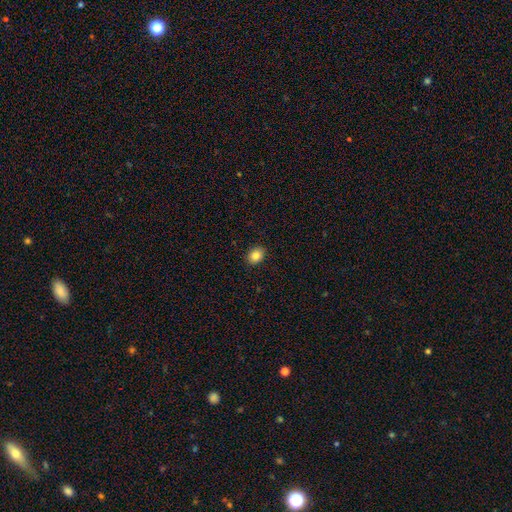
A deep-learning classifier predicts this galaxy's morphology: Smooth or featured: smooth — 84% (star or artifact — 9%)
How rounded: in between — 60% (round — 39%)
Merging: none — 91% (minor disturbance — 7%)